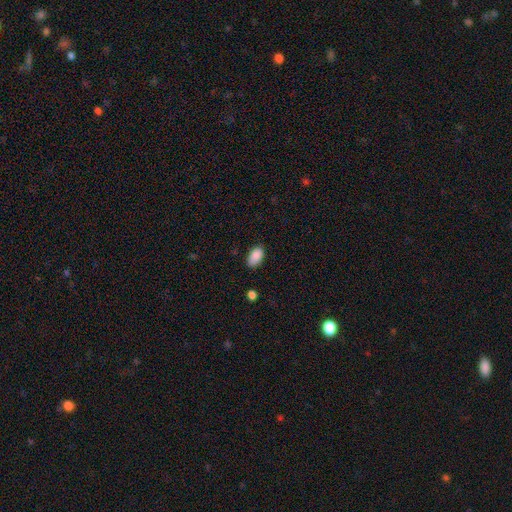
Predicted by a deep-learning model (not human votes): A smooth galaxy with no disk features (88%) that is in between round and cigar-shaped (93%). Merging: none (78%).